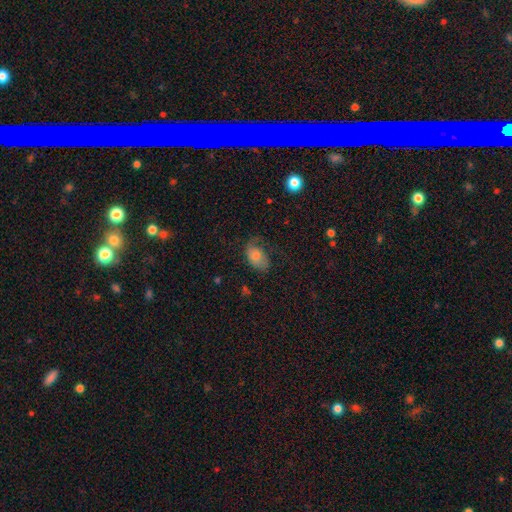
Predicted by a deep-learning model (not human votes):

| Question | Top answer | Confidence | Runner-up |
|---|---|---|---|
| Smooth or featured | smooth | 67% | featured or disk (24%) |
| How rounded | in between | 88% | round (11%) |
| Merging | none | 44% | minor disturbance (29%) |